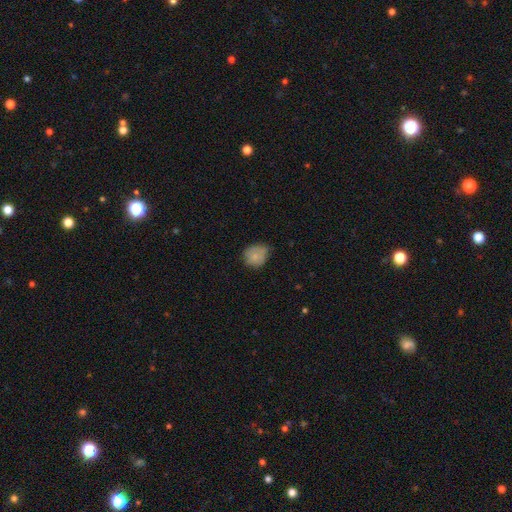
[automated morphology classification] Smooth or featured? Predicted: smooth (p=0.80). How rounded? Predicted: round (p=0.74). Merging? Predicted: none (p=0.54).